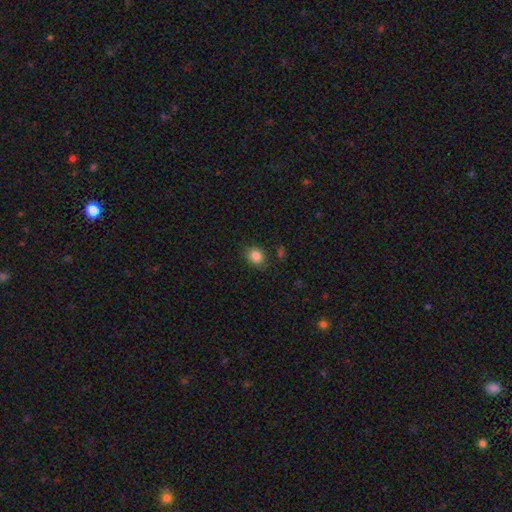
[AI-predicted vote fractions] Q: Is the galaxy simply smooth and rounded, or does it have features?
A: smooth — 85%.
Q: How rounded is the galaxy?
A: round — 65%.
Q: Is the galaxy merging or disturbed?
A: none — 83%.